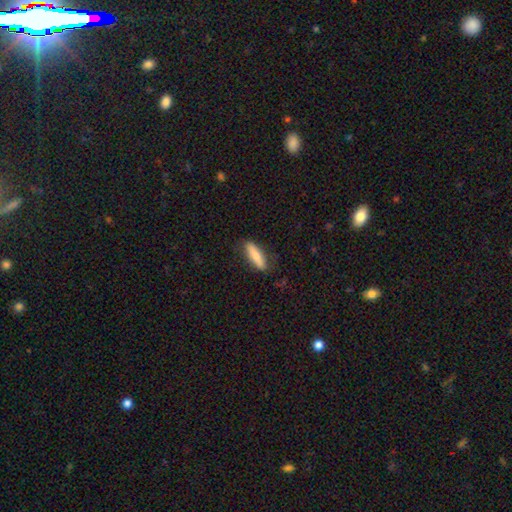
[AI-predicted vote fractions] Overall: smooth (75%). How rounded: cigar-shaped (64%; in between 34%). Merging: none (80%).